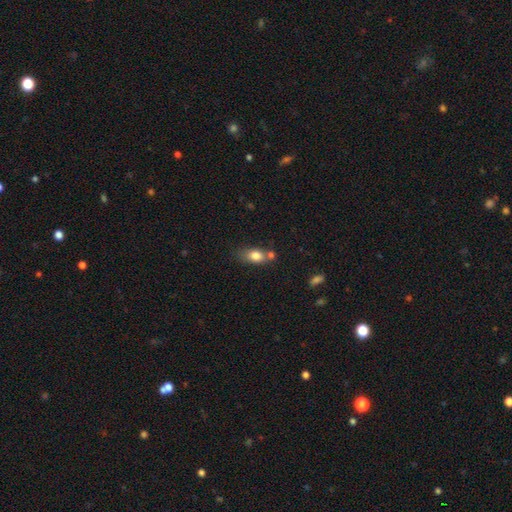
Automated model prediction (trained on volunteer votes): This is likely a smooth galaxy (80%). How rounded: likely in between (74%). Merging: possibly none (46%).